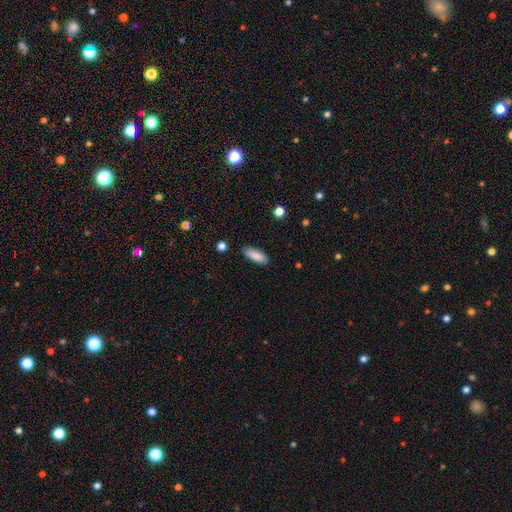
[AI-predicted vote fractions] This is clearly a smooth galaxy (88%). How rounded: likely in between (61%). Merging: clearly none (88%).